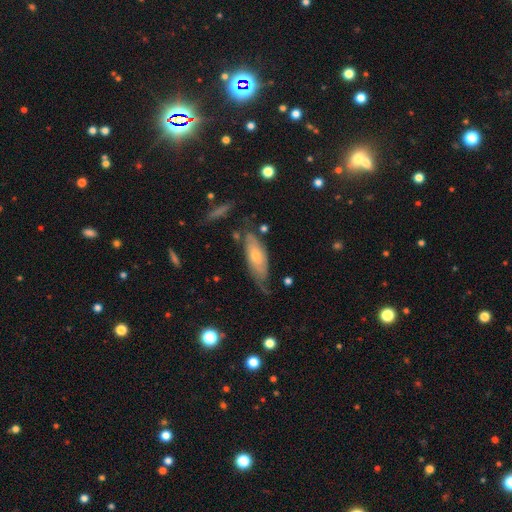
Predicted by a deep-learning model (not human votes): Smooth or featured: featured or disk — 52% (smooth — 41%)
Edge-on disk: no — 70% (yes — 30%)
Merging: none — 55% (minor disturbance — 30%)